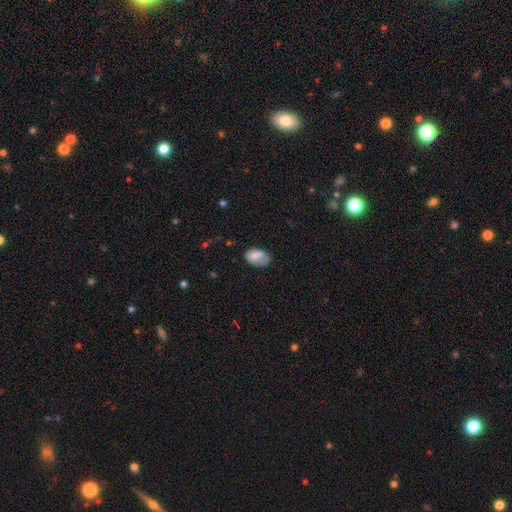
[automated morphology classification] This appears to be a smooth galaxy with no disk features (75%) that is in between round and cigar-shaped (88%). Merging: none (48%).